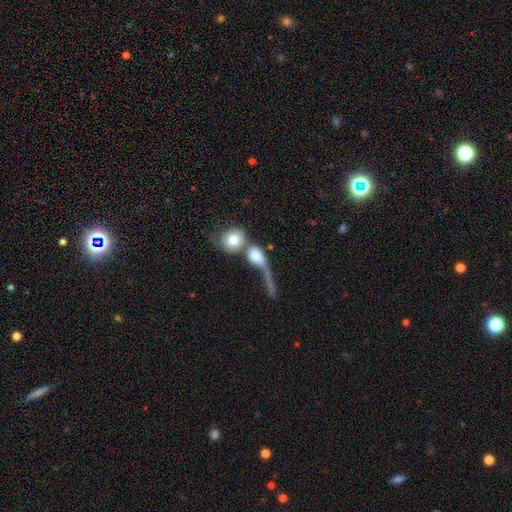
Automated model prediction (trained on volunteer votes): smooth 63%, featured or disk 28%, star or artifact 9%. Down the decision tree: how rounded — round (53%); merging — merger (50%).